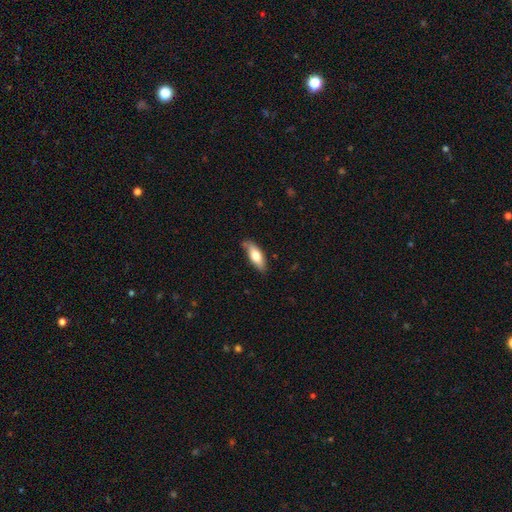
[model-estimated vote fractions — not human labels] Smooth or featured? smooth (70%)
How rounded? in between (64%)
Merging? none (78%)